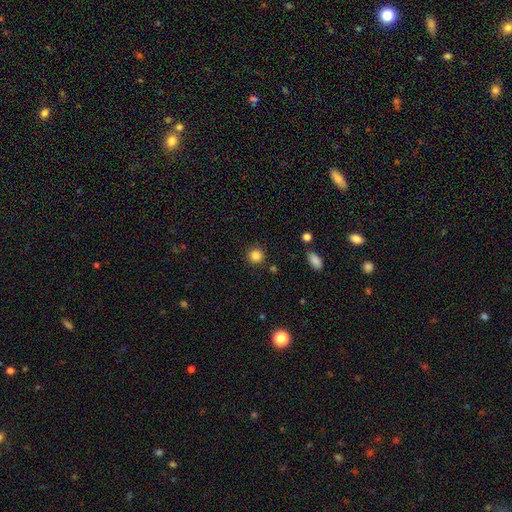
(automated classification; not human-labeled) Morphology: type=smooth (84%); roundness=round (94%); merging=none (89%).